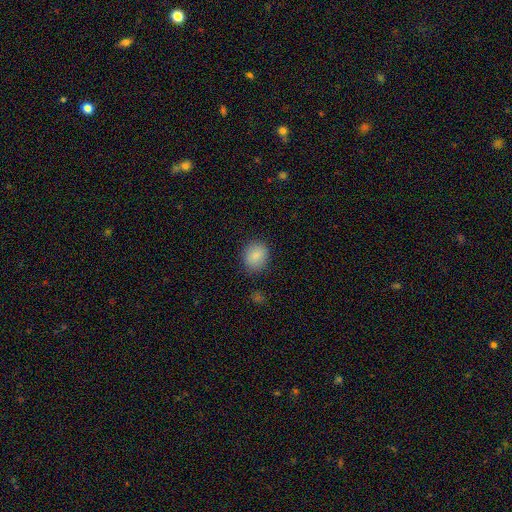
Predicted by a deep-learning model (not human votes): smooth 86%, star or artifact 8%, featured or disk 5%. Down the decision tree: how rounded — round (66%); merging — none (84%).